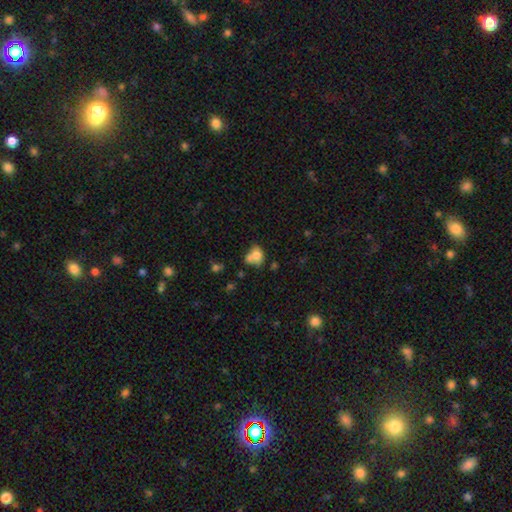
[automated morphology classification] A smooth galaxy with no disk features (74%) that is in between round and cigar-shaped (52%).

Vote fractions:
- Smooth or featured? smooth: 74% / featured or disk: 15% / star or artifact: 10%
- How rounded? in between: 52% / round: 47% / cigar-shaped: 1%
- Merging? merger: 44% / none: 33% / minor disturbance: 16% / major disturbance: 7%